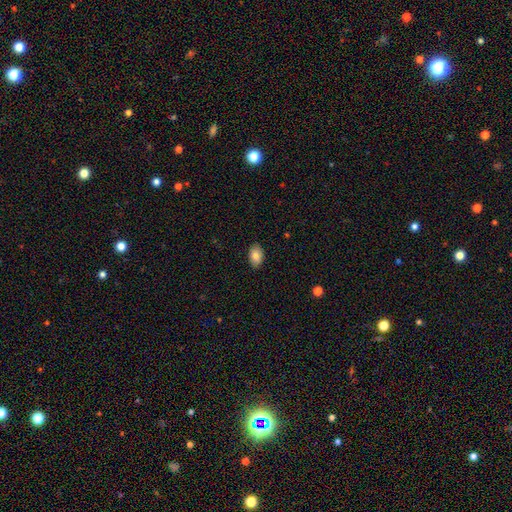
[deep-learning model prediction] smooth_or_featured: smooth (p=0.82) [alt: featured or disk p=0.11]
how_rounded: in between (p=0.89) [alt: round p=0.09]
merging: none (p=0.88) [alt: minor disturbance p=0.09]